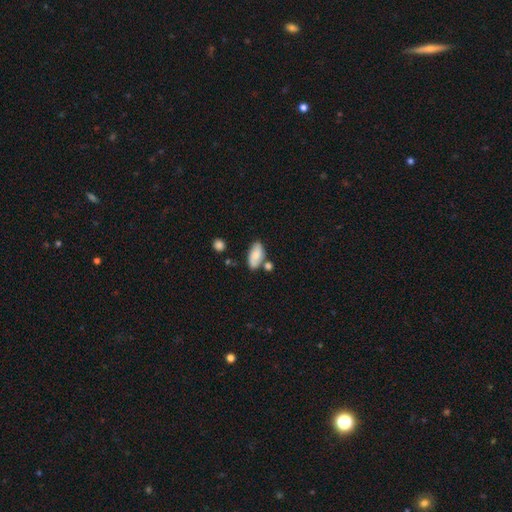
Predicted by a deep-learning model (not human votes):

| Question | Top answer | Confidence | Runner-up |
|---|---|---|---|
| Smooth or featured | smooth | 75% | featured or disk (18%) |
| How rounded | in between | 92% | cigar-shaped (5%) |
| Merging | none | 62% | minor disturbance (18%) |